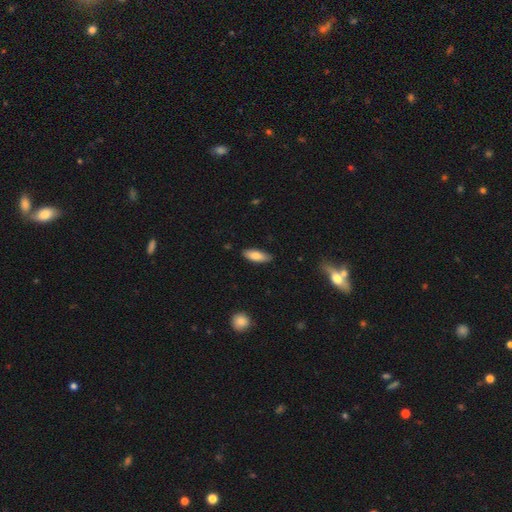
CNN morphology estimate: Smooth or featured: smooth — 81% (featured or disk — 13%)
How rounded: in between — 70% (cigar-shaped — 28%)
Merging: none — 85% (minor disturbance — 12%)